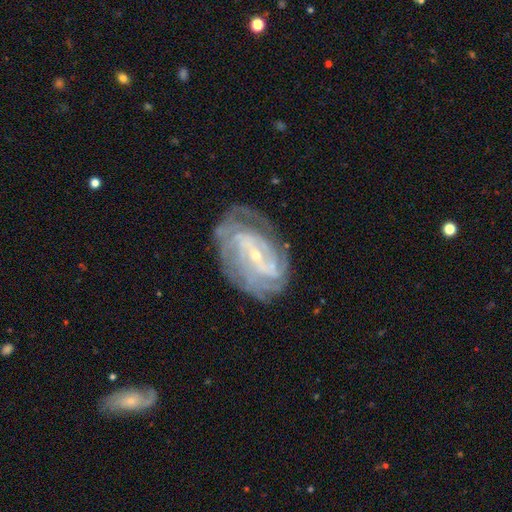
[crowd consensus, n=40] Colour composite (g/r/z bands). It shows a featured or disk galaxy (72%) with no bar (41%), tight (81%) spiral arms (96%) and a small central bulge (59%). Merging: none (75%).